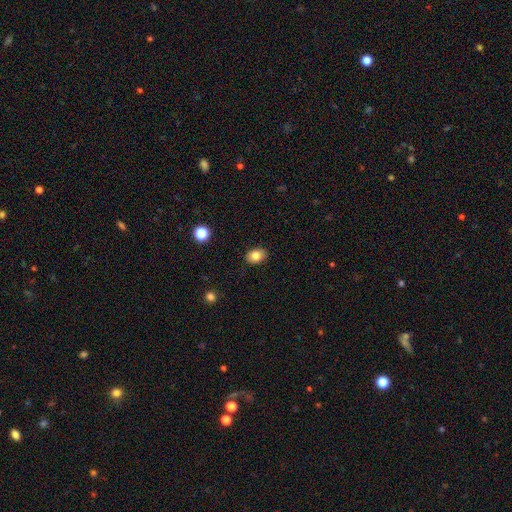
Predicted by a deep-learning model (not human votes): Smooth or featured? Predicted: smooth (p=0.83). How rounded? Predicted: in between (p=0.71). Merging? Predicted: none (p=0.88).